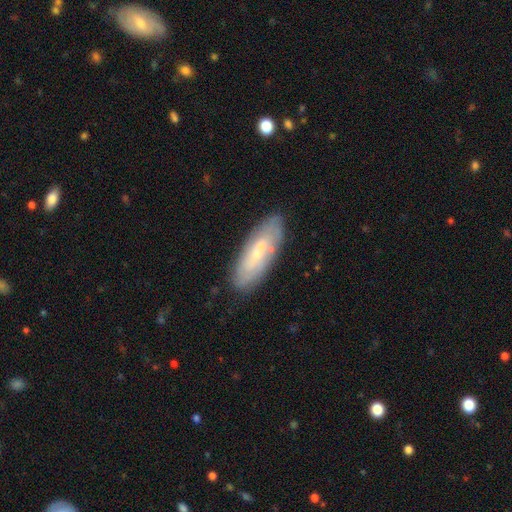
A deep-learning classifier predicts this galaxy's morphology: featured or disk 47%, smooth 46%, star or artifact 7%. Down the decision tree: merging — none (75%).